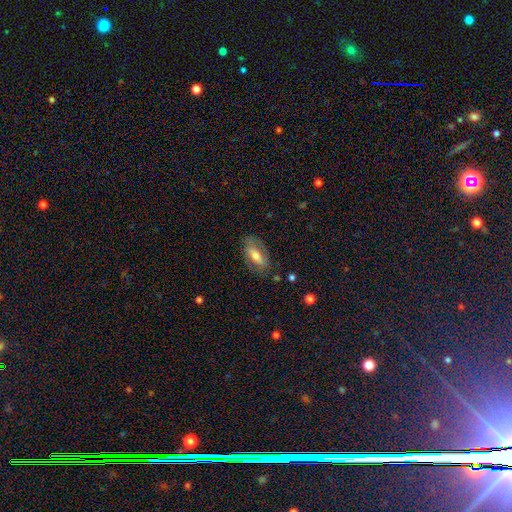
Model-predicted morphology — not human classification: Smooth or featured? Predicted: smooth (p=0.54). How rounded? Predicted: in between (p=0.84). Merging? Predicted: none (p=0.76).